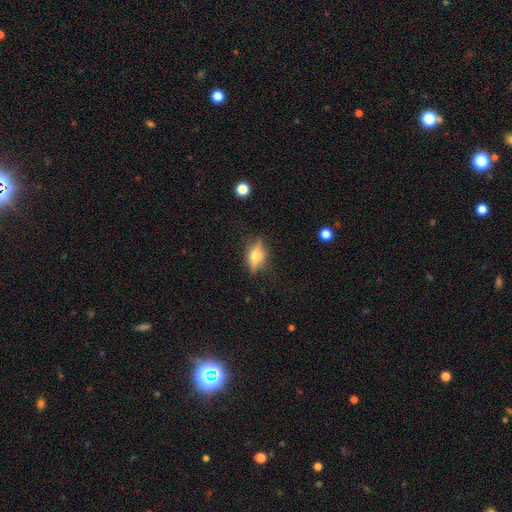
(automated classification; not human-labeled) smooth_or_featured: featured or disk (p=0.59) [alt: smooth p=0.31]
disk_edge_on: yes (p=0.90) [alt: no p=0.10]
edge_on_bulge: rounded (p=0.94) [alt: boxy p=0.04]
merging: none (p=0.80) [alt: minor disturbance p=0.14]